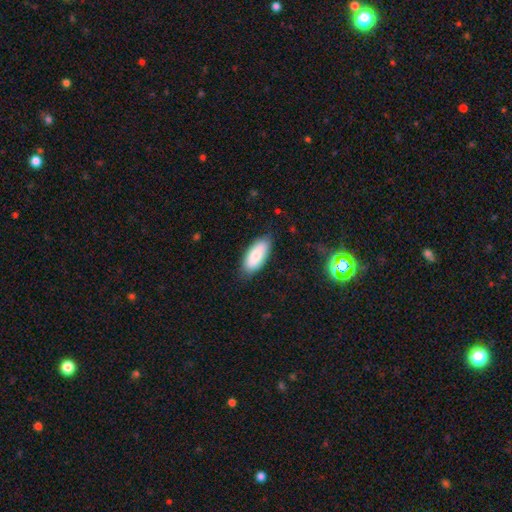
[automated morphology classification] The model was most divided on "merging": none: 80%, minor disturbance: 16%, major disturbance: 3%, merger: 1%. More confident: how rounded — in between (89%); smooth or featured — smooth (81%).